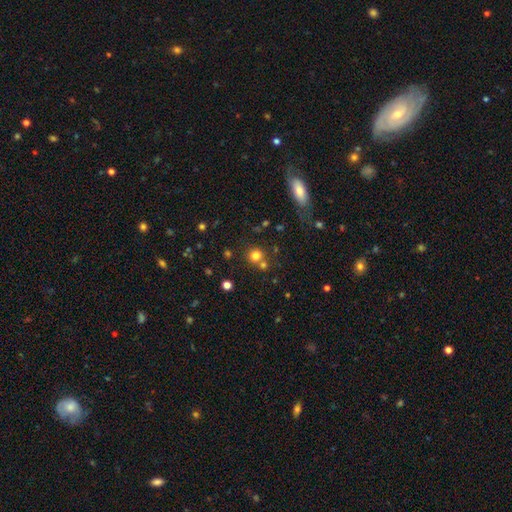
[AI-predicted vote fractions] The model was most divided on "merging": none: 67%, merger: 21%, minor disturbance: 8%, major disturbance: 3%. More confident: how rounded — round (90%); smooth or featured — smooth (76%).